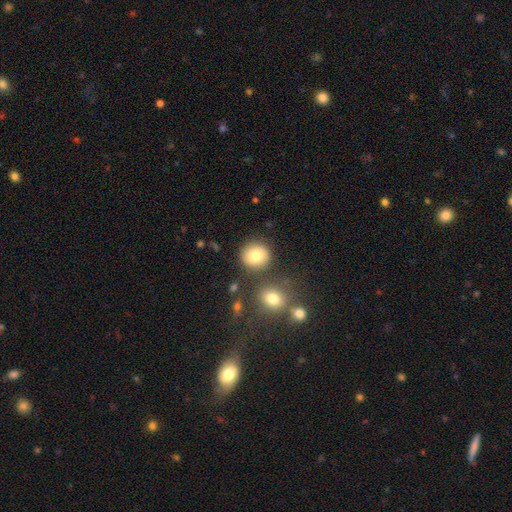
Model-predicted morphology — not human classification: Smooth or featured?
  - smooth: 82% *
  - star or artifact: 10%
  - featured or disk: 8%
How rounded?
  - round: 89% *
  - in between: 10%
  - cigar-shaped: 1%
Merging?
  - none: 80% *
  - minor disturbance: 9%
  - merger: 7%
  - major disturbance: 3%